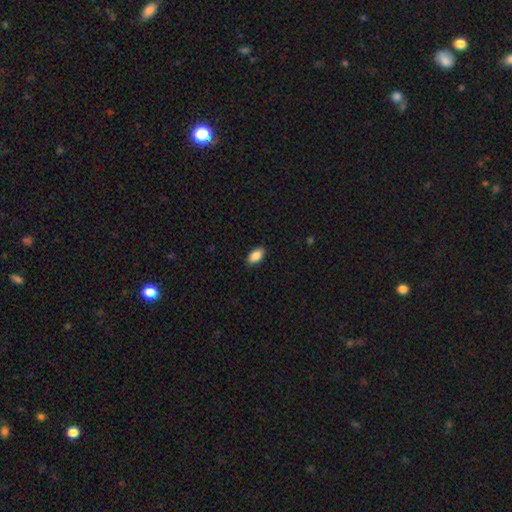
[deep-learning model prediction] Morphology: type=smooth (88%); roundness=in between (93%); merging=none (88%).